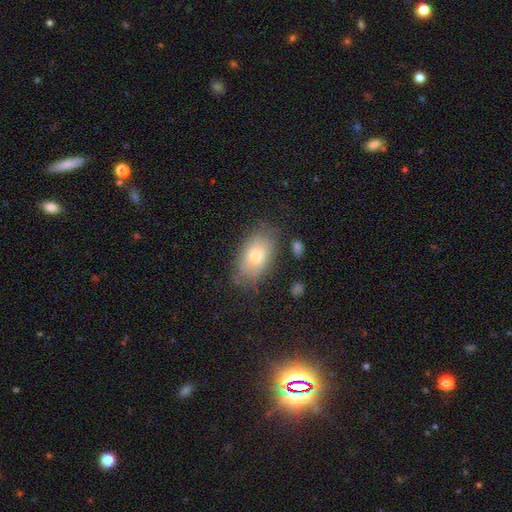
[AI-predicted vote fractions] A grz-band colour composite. It shows a smooth galaxy with no disk features (71%) that is in between round and cigar-shaped (92%). Merging: none (68%).